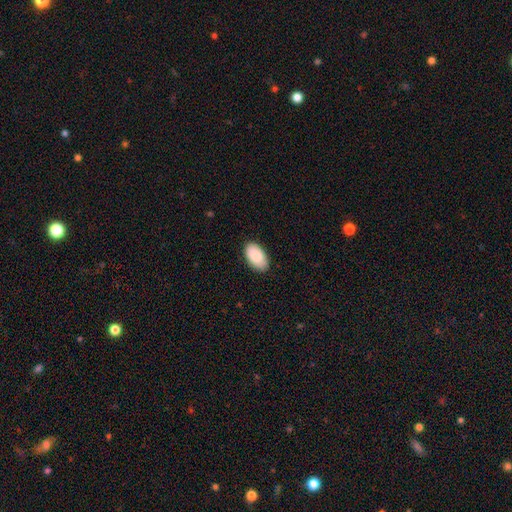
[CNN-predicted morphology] A smooth galaxy with no disk features (88%) that is in between round and cigar-shaped (95%). Merging: none (86%).